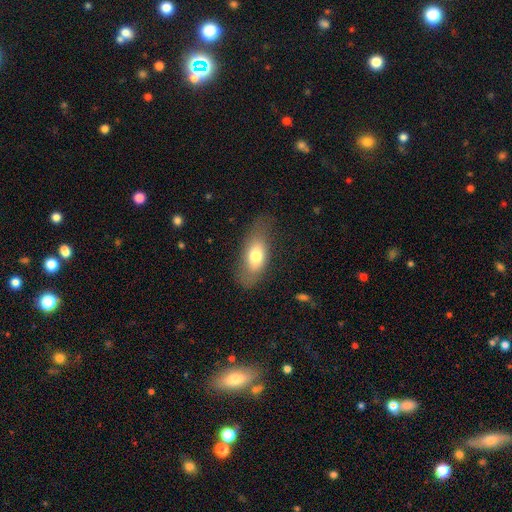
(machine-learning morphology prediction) This is likely a smooth galaxy (71%). How rounded: clearly in between (86%). Merging: likely none (61%).